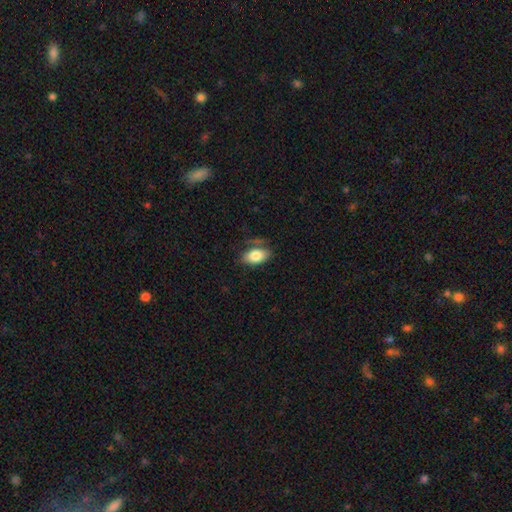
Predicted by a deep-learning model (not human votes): This is clearly a smooth galaxy (81%). How rounded: clearly in between (92%). Merging: likely none (67%).